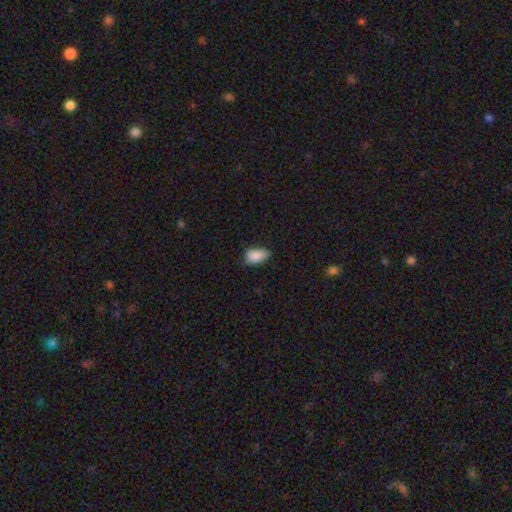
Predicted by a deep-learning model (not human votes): Smooth or featured?
  - smooth: 87% *
  - star or artifact: 7%
  - featured or disk: 6%
How rounded?
  - in between: 93% *
  - round: 4%
  - cigar-shaped: 3%
Merging?
  - none: 61% *
  - minor disturbance: 32%
  - major disturbance: 5%
  - merger: 1%